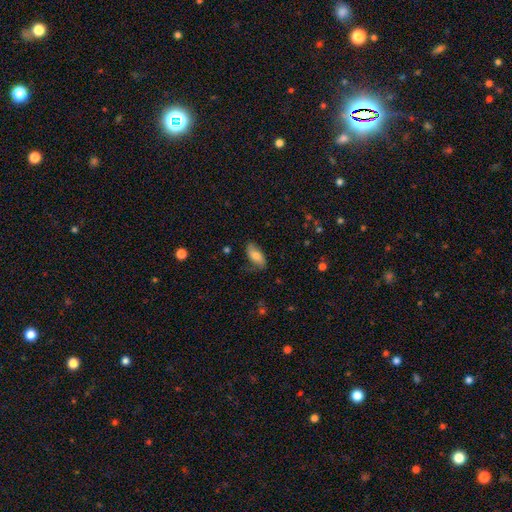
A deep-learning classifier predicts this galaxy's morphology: type=smooth (70%); roundness=in between (87%); merging=none (67%).